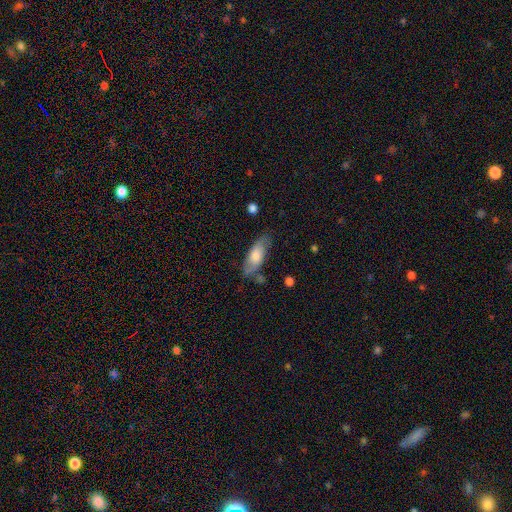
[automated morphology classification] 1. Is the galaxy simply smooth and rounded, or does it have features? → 69% smooth, 25% featured or disk, 6% star or artifact.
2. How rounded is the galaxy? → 71% in between, 27% cigar-shaped, 2% round.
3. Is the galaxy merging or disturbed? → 71% none, 20% minor disturbance, 5% major disturbance, 5% merger.